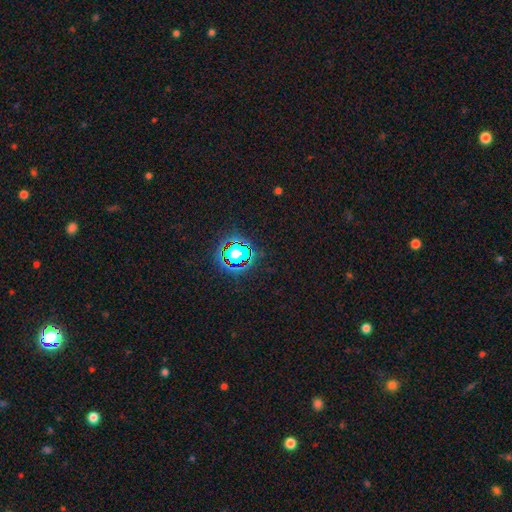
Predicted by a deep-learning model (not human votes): A star or artifact, not a galaxy (80%).

Vote fractions:
- Smooth or featured? star or artifact: 80% / smooth: 12% / featured or disk: 8%